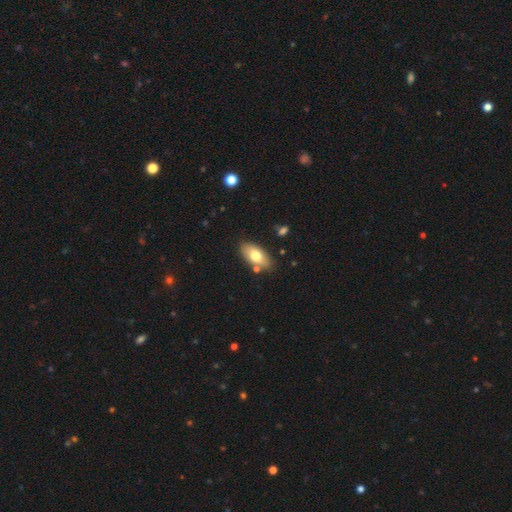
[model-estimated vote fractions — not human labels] Morphology: type=smooth (72%); roundness=in between (90%); merging=none (80%).